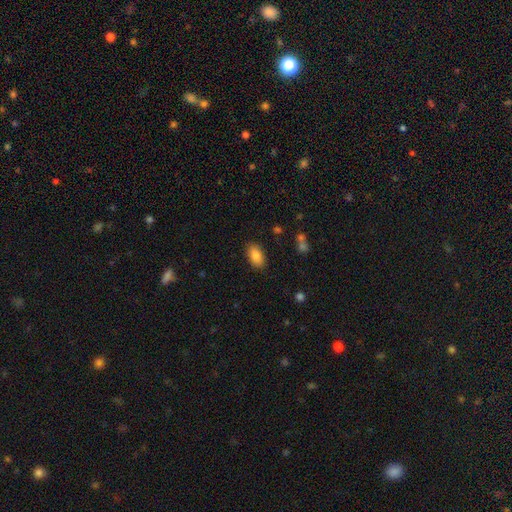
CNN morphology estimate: A smooth galaxy with no disk features (86%) that is in between round and cigar-shaped (93%). Merging: none (87%).